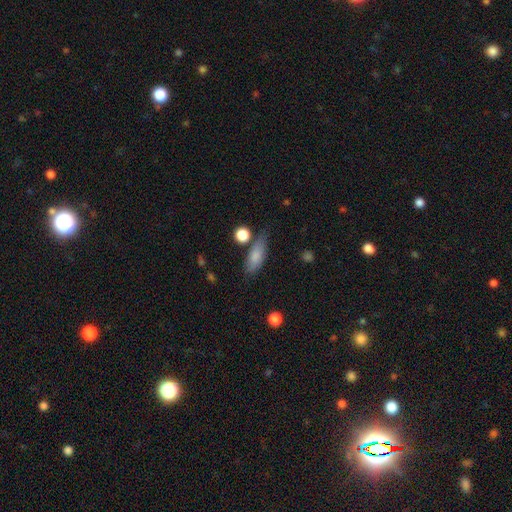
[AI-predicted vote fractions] Overall: smooth (80%). How rounded: in between (69%). Merging: none (64%).